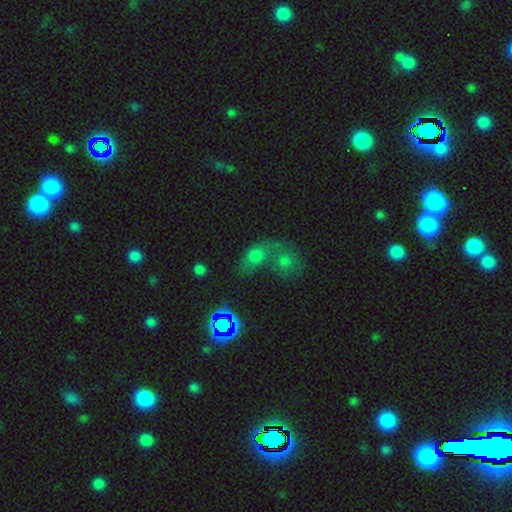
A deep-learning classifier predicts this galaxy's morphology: Smooth or featured?
  - smooth: 58% *
  - star or artifact: 24%
  - featured or disk: 18%
How rounded?
  - in between: 55% *
  - round: 42%
  - cigar-shaped: 3%
Merging?
  - merger: 61% *
  - none: 20%
  - major disturbance: 11%
  - minor disturbance: 8%